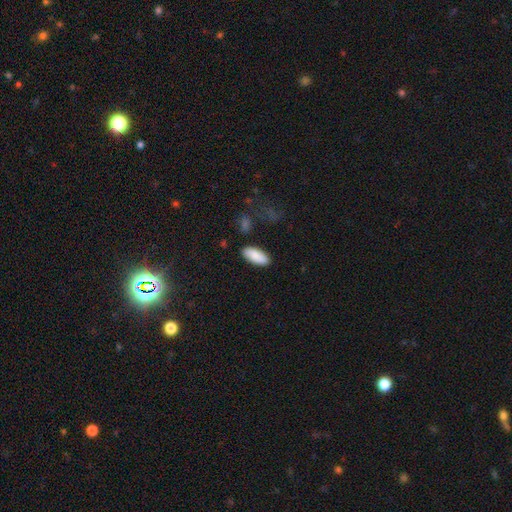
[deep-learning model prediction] Smooth or featured: smooth — 88% (featured or disk — 7%)
How rounded: in between — 86% (cigar-shaped — 12%)
Merging: none — 86% (minor disturbance — 10%)